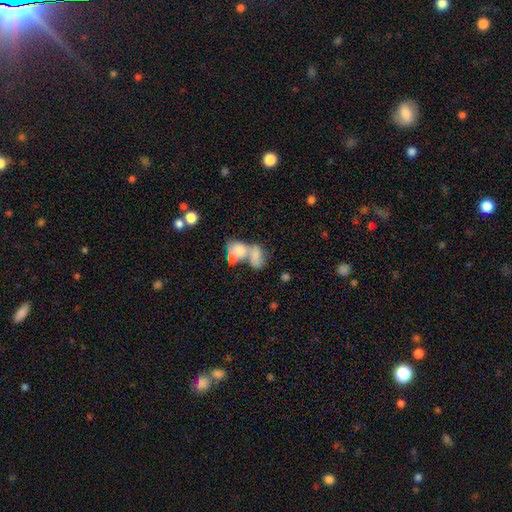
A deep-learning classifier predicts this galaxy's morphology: This appears to be a smooth galaxy with no disk features (61%) that is in between round and cigar-shaped (81%). Merging: merger (72%).